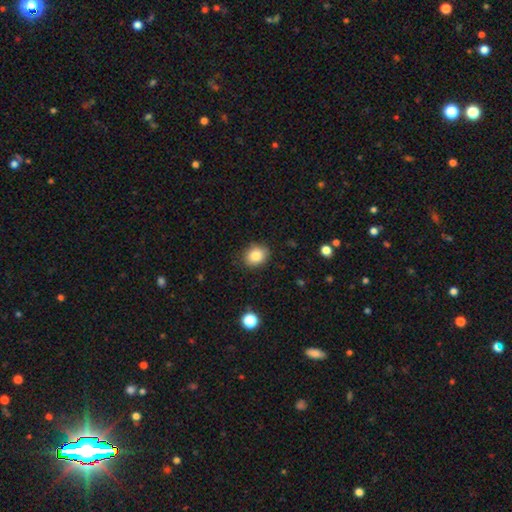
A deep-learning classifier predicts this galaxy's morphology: smooth 84%, star or artifact 9%, featured or disk 6%. Down the decision tree: how rounded — round (53%); merging — none (85%).